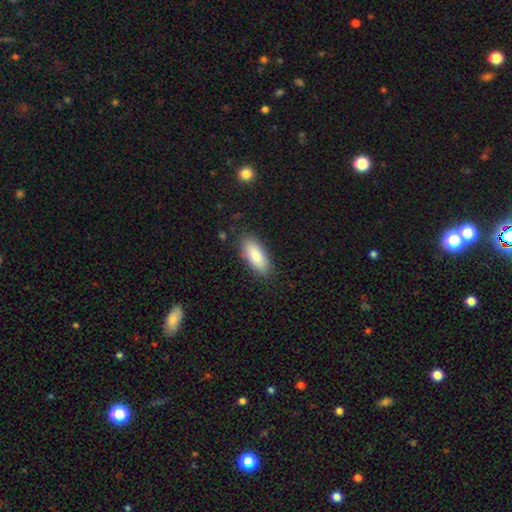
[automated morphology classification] A smooth galaxy with no disk features (83%) that is in between round and cigar-shaped (81%). Merging: none (84%).